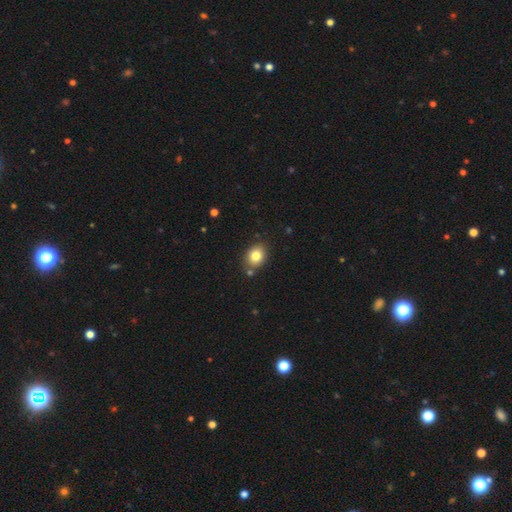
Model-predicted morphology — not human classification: The model was most divided on "how rounded": in between: 54%, round: 45%, cigar-shaped: 1%. More confident: smooth or featured — smooth (82%); merging — none (79%).